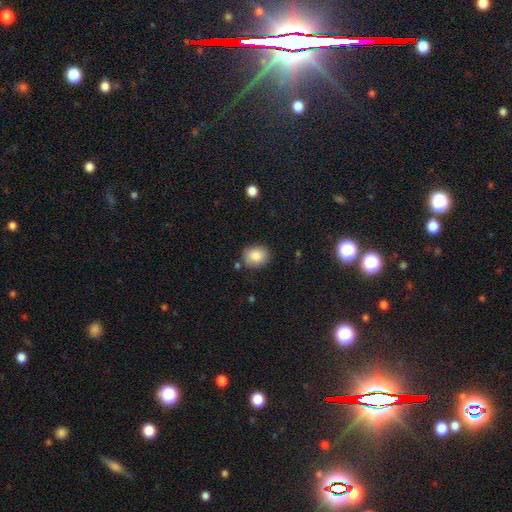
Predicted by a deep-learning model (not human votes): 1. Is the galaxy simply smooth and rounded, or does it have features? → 86% smooth, 8% star or artifact, 6% featured or disk.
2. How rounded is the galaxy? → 57% round, 42% in between, 1% cigar-shaped.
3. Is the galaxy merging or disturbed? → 81% none, 13% minor disturbance, 3% merger, 3% major disturbance.